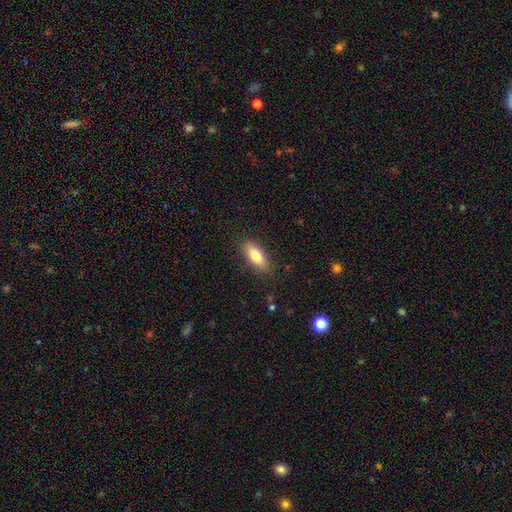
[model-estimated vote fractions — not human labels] Overall: smooth (79%). How rounded: in between (76%). Merging: none (85%).